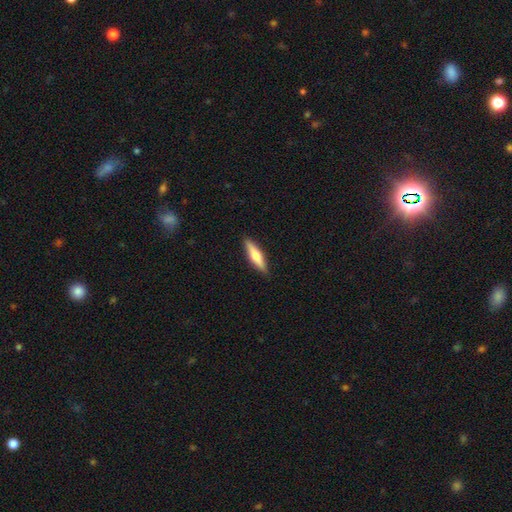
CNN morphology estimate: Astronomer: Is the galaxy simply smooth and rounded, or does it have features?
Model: smooth — 57% (runner-up: featured or disk, 38%).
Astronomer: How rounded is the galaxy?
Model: cigar-shaped — 76%.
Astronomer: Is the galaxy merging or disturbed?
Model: none — 89%.